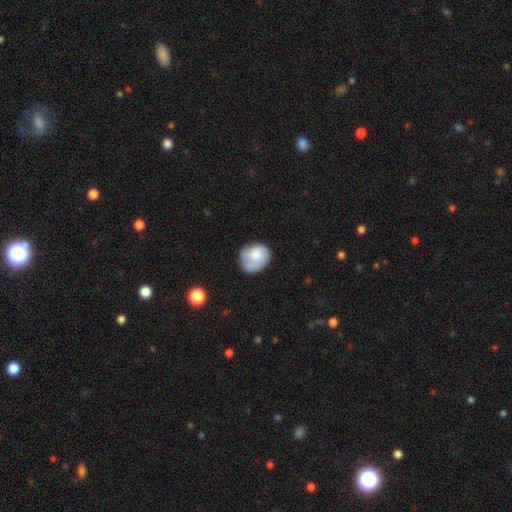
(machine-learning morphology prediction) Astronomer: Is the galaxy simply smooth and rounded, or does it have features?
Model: smooth — 70%.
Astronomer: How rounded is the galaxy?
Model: in between — 50% (runner-up: round, 49%).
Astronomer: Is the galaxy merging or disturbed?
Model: none — 50% (runner-up: minor disturbance, 31%).